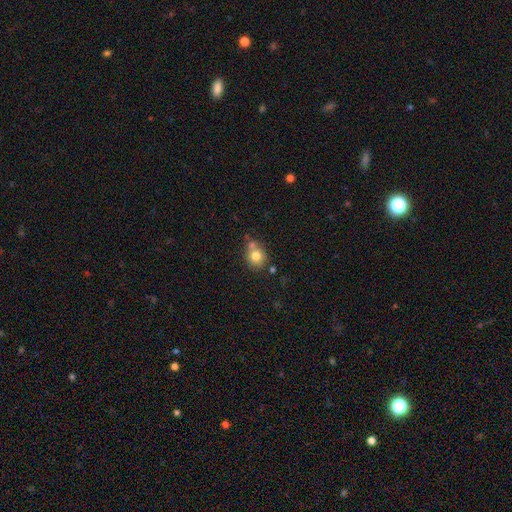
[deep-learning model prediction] Overall: smooth (77%). How rounded: round (78%). Merging: none (56%; merger 26%).